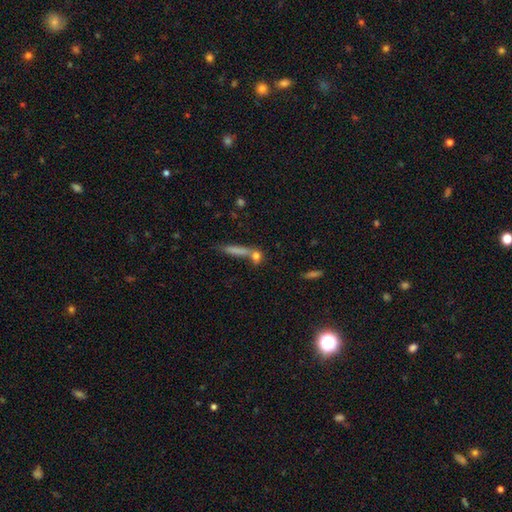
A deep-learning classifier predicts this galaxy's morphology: type=smooth (73%); roundness=round (42%); merging=none (53%).